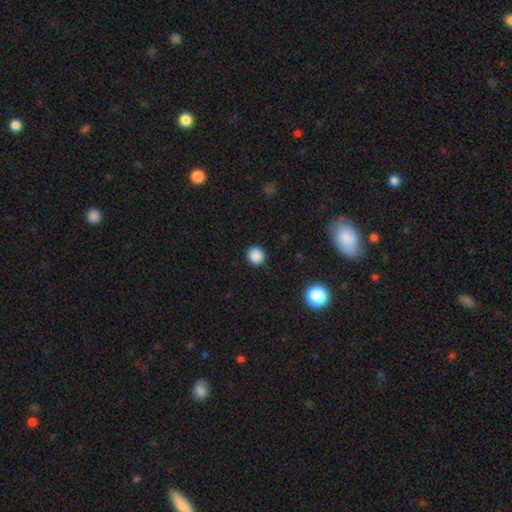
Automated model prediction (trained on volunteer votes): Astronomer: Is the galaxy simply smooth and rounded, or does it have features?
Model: smooth — 86%.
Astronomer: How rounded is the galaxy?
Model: round — 93%.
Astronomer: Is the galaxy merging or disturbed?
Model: none — 91%.